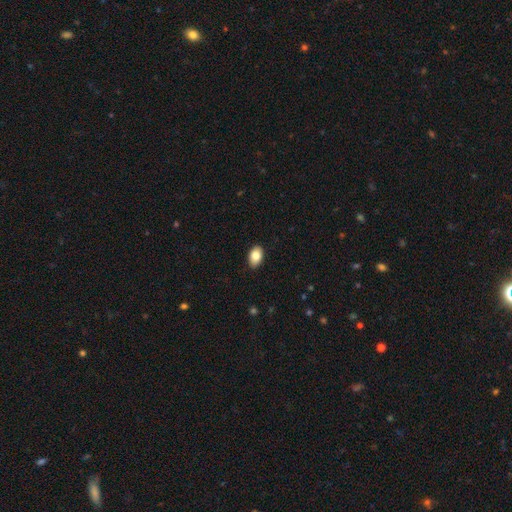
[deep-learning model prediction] smooth_or_featured: smooth (p=0.83) [alt: featured or disk p=0.10]
how_rounded: in between (p=0.88) [alt: round p=0.11]
merging: none (p=0.89) [alt: minor disturbance p=0.08]